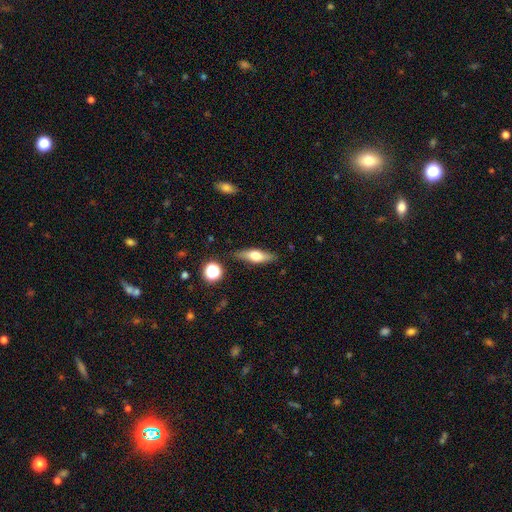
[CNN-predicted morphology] A smooth galaxy with no disk features (50%) that is cigar-shaped (52%).

Vote fractions:
- Smooth or featured? smooth: 50% / featured or disk: 42% / star or artifact: 8%
- How rounded? cigar-shaped: 52% / in between: 43% / round: 5%
- Merging? none: 84% / minor disturbance: 11% / major disturbance: 3% / merger: 2%